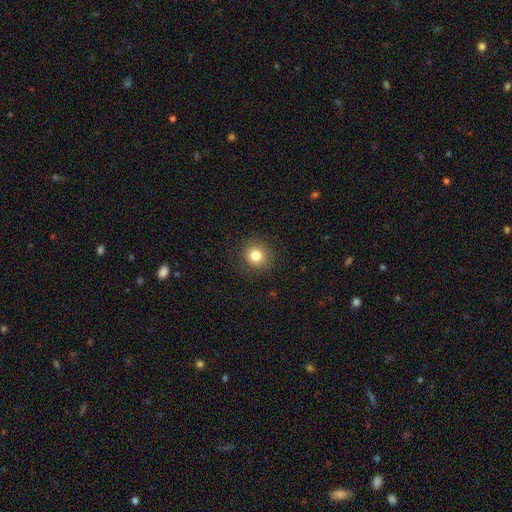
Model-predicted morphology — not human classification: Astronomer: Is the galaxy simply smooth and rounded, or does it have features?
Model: smooth — 82%.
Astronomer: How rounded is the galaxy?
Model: round — 89%.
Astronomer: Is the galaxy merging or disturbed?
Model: none — 89%.